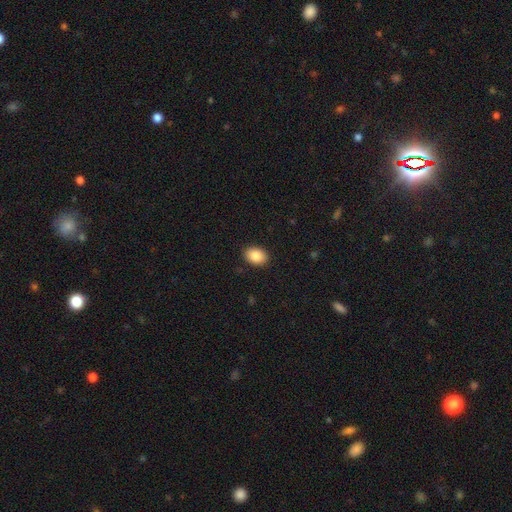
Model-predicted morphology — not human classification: This appears to be a smooth galaxy with no disk features (87%) that is in between round and cigar-shaped (74%). Merging: none (90%).